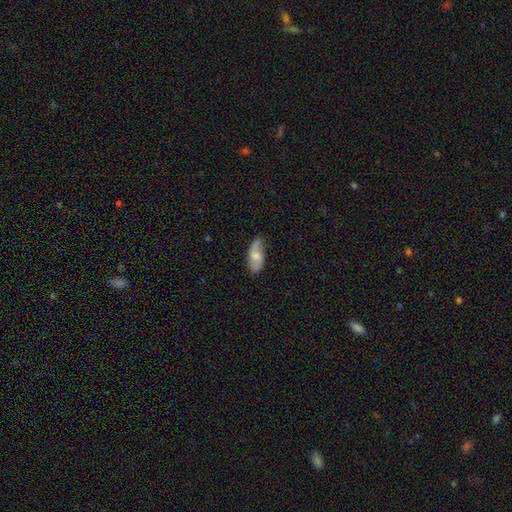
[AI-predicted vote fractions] Morphology: type=smooth (53%); roundness=in between (88%); merging=none (64%).